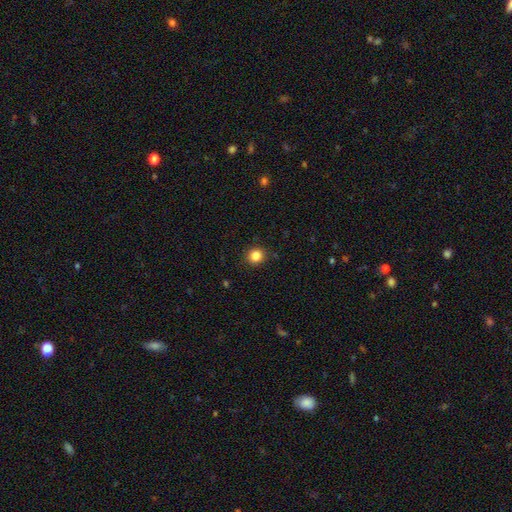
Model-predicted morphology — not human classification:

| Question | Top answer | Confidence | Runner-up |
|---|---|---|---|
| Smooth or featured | smooth | 84% | star or artifact (12%) |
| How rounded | round | 89% | in between (10%) |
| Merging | none | 90% | minor disturbance (7%) |